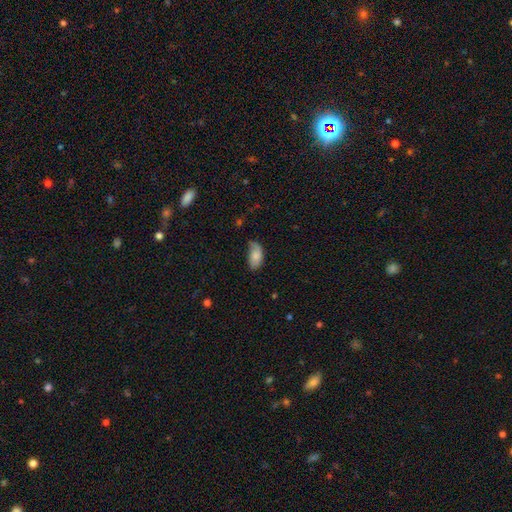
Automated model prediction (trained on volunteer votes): This appears to be a smooth galaxy with no disk features (80%) that is in between round and cigar-shaped (94%). Merging: none (44%).